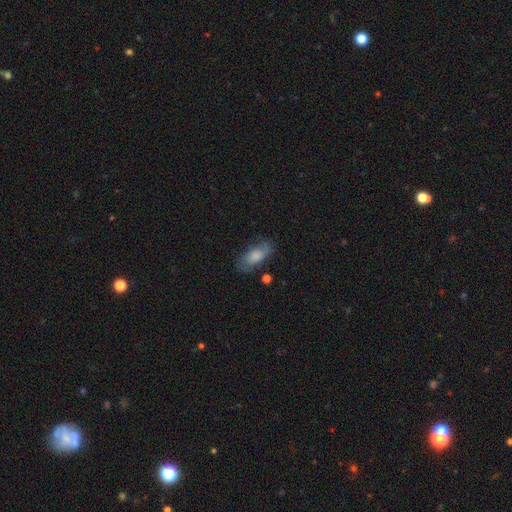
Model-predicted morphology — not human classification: A smooth galaxy with no disk features (70%) that is in between round and cigar-shaped (81%). Merging: none (68%).